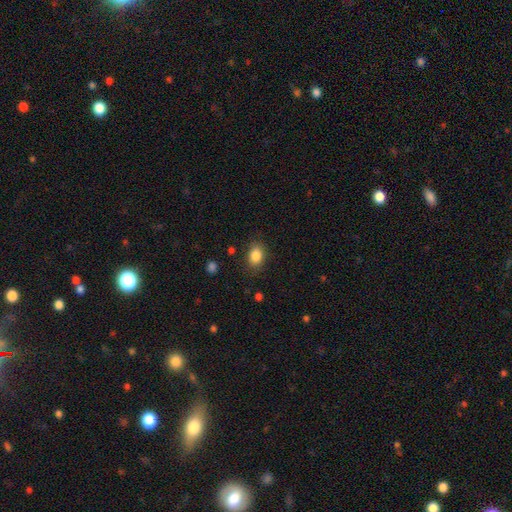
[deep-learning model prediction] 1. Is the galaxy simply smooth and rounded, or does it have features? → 85% smooth, 9% star or artifact, 6% featured or disk.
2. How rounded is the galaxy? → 73% in between, 26% round, 1% cigar-shaped.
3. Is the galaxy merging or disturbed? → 83% none, 12% minor disturbance, 4% major disturbance, 1% merger.